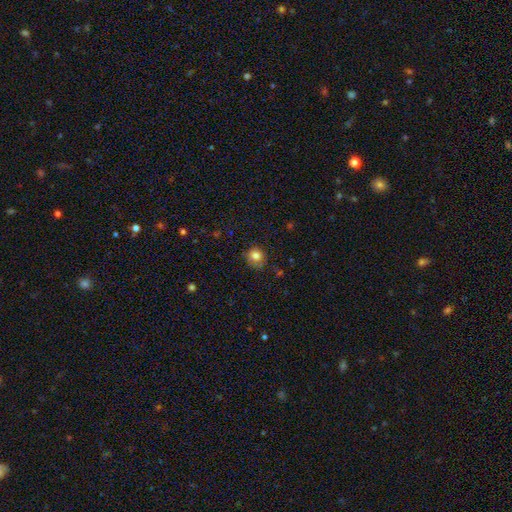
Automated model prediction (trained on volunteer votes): A smooth galaxy with no disk features (81%) that is round (79%). Merging: none (70%).